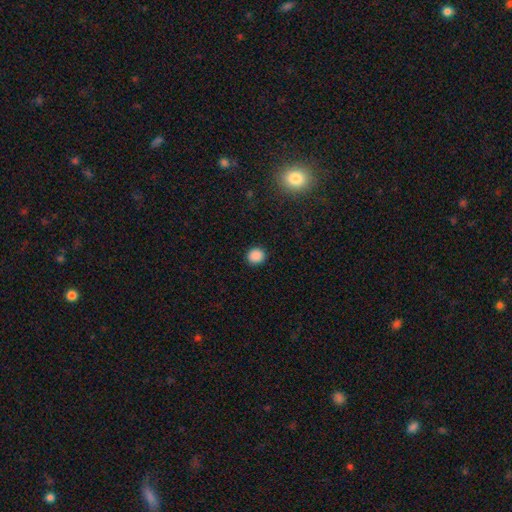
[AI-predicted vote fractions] Overall: smooth (87%). How rounded: round (84%). Merging: none (91%).